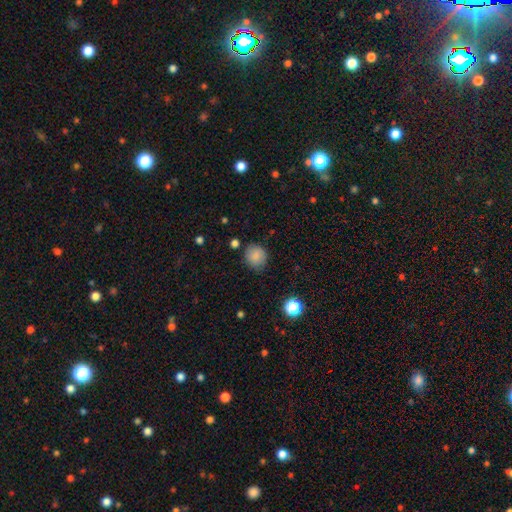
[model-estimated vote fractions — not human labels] Smooth or featured?
  - smooth: 85% *
  - star or artifact: 10%
  - featured or disk: 5%
How rounded?
  - round: 80% *
  - in between: 19%
  - cigar-shaped: 1%
Merging?
  - none: 80% *
  - minor disturbance: 15%
  - major disturbance: 3%
  - merger: 2%